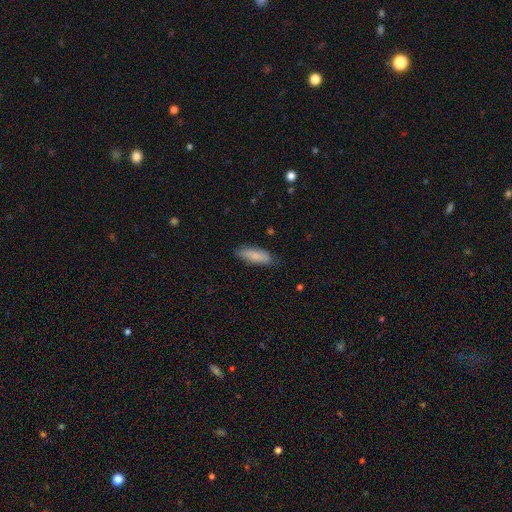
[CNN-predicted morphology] type=smooth (84%); roundness=in between (54%); merging=none (78%).